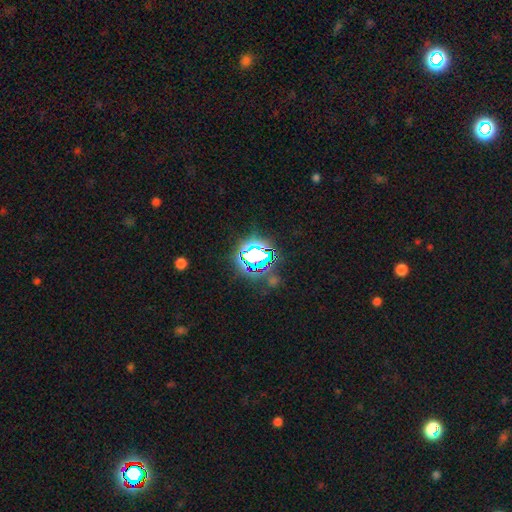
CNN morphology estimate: This appears to be a star or artifact, not a galaxy (70%).